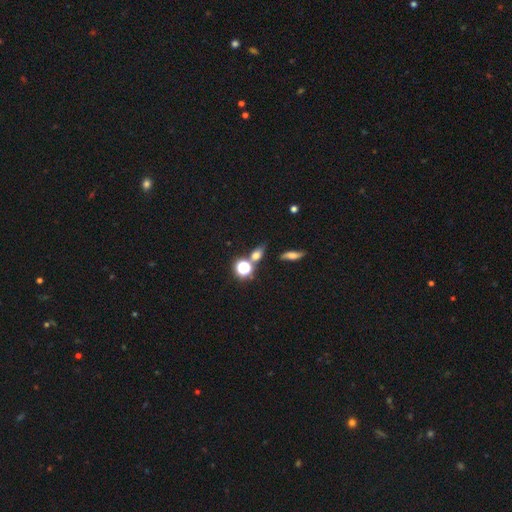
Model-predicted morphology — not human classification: This appears to be a smooth galaxy with no disk features (61%) that is in between round and cigar-shaped (48%). Merging: none (66%).